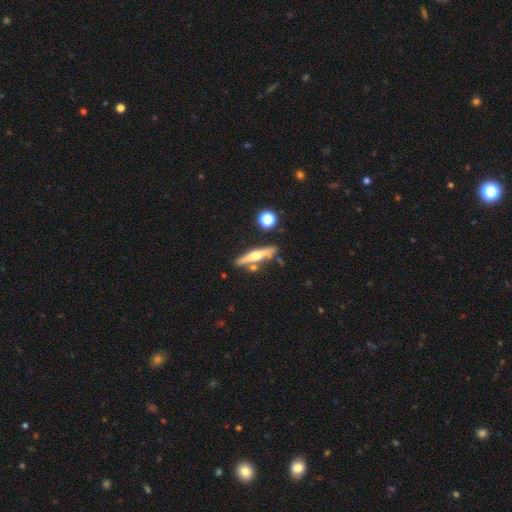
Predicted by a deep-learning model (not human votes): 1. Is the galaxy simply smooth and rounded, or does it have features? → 63% featured or disk, 31% smooth, 7% star or artifact.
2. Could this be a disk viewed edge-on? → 96% yes, 4% no.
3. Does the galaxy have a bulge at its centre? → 91% rounded, 4% none, 4% boxy.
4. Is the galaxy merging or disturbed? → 78% none, 10% minor disturbance, 9% merger, 3% major disturbance.